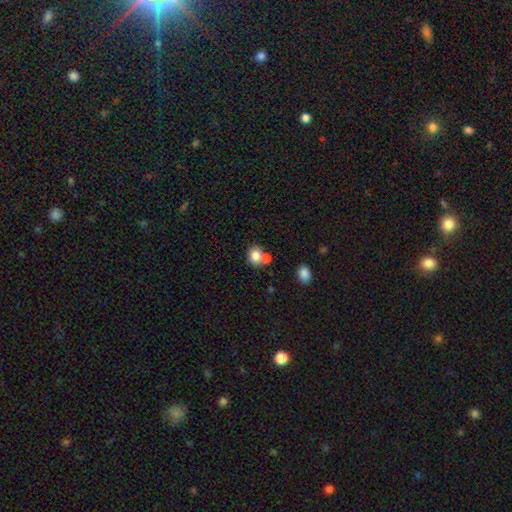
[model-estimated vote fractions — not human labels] Overall: smooth (81%). How rounded: round (66%; in between 33%). Merging: none (45%; merger 42%).